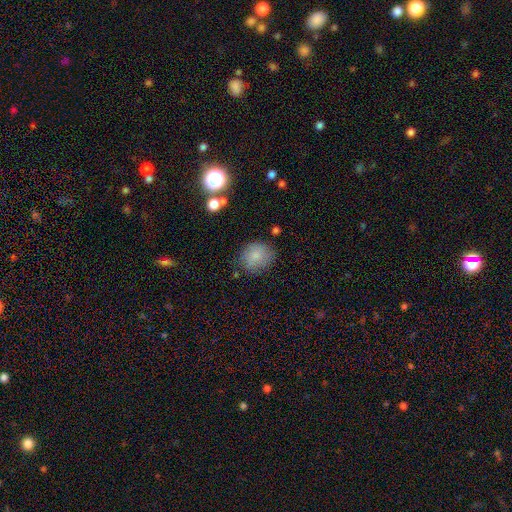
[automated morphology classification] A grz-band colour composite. It shows a smooth galaxy with no disk features (81%) that is round (78%). Merging: none (75%).